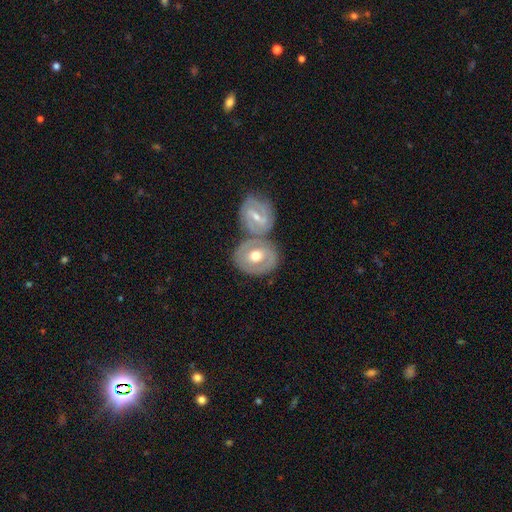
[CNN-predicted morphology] Q: Smooth or featured?
A: featured or disk (61%); runner-up: smooth (34%)
Q: Edge-on disk?
A: no (94%); runner-up: yes (6%)
Q: Bar?
A: no (40%); runner-up: weak (38%)
Q: Spiral arms?
A: yes (65%); runner-up: no (35%)
Q: Bulge size?
A: moderate (75%); runner-up: small (15%)
Q: Merging?
A: none (44%); runner-up: merger (40%)